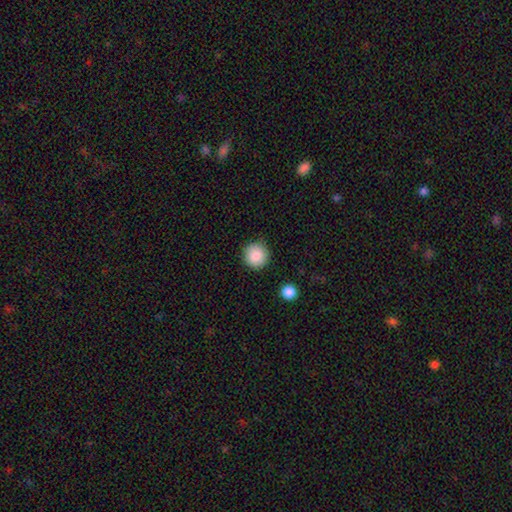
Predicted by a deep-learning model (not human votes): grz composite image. It shows a smooth galaxy with no disk features (88%) that is round (95%). Merging: none (90%).